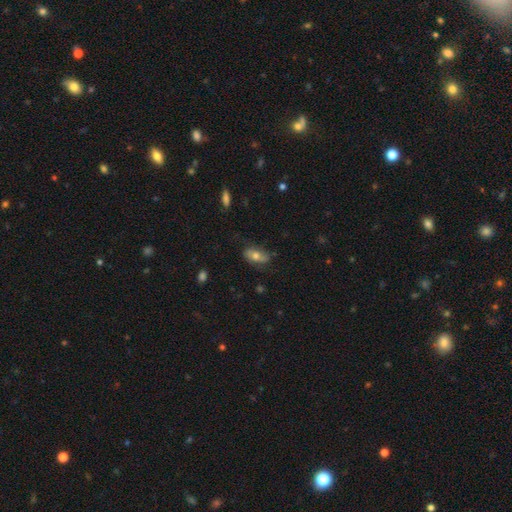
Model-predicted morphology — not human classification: Smooth or featured? smooth (61%)
How rounded? in between (85%)
Merging? none (70%)